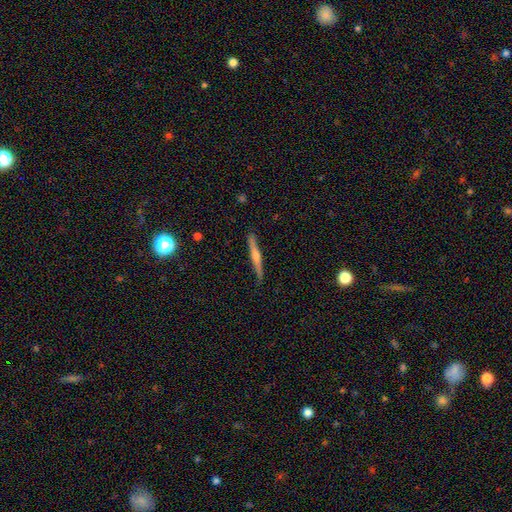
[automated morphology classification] A featured or disk galaxy (68%) viewed edge-on (98%) with a rounded central bulge (77%). Merging: none (90%).